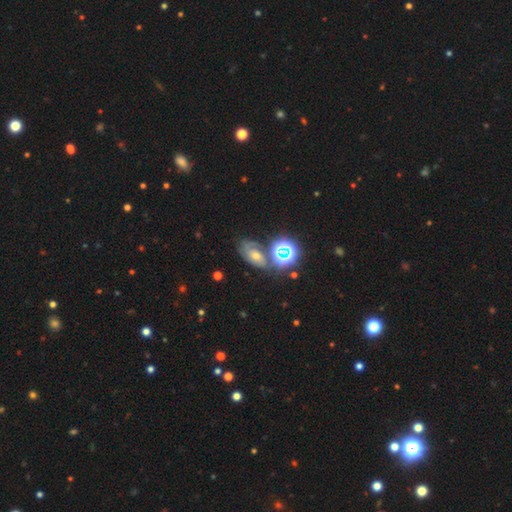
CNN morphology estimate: A star or artifact, not a galaxy (42%).

Vote fractions:
- Smooth or featured? star or artifact: 42% / featured or disk: 33% / smooth: 25%